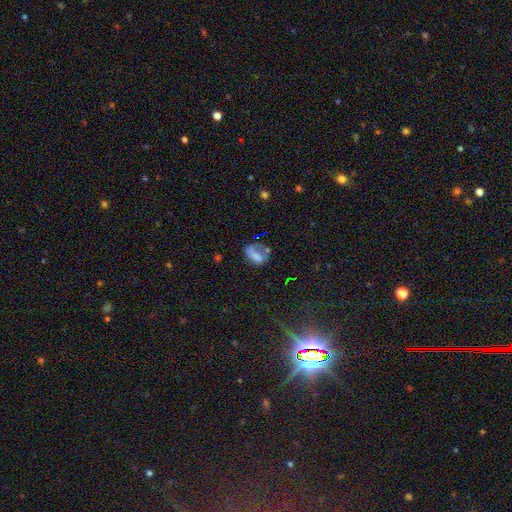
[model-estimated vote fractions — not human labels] Smooth or featured?
  - smooth: 57% *
  - featured or disk: 28%
  - star or artifact: 15%
How rounded?
  - in between: 75% *
  - round: 22%
  - cigar-shaped: 3%
Merging?
  - none: 33% *
  - major disturbance: 32%
  - minor disturbance: 24%
  - merger: 12%